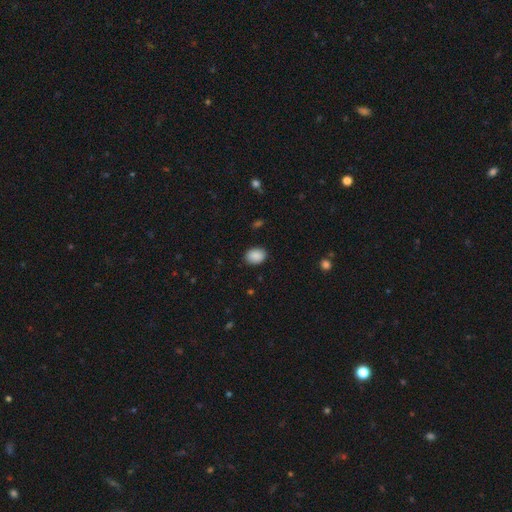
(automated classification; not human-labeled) smooth 90%, star or artifact 7%, featured or disk 3%. Down the decision tree: how rounded — in between (73%); merging — none (88%).